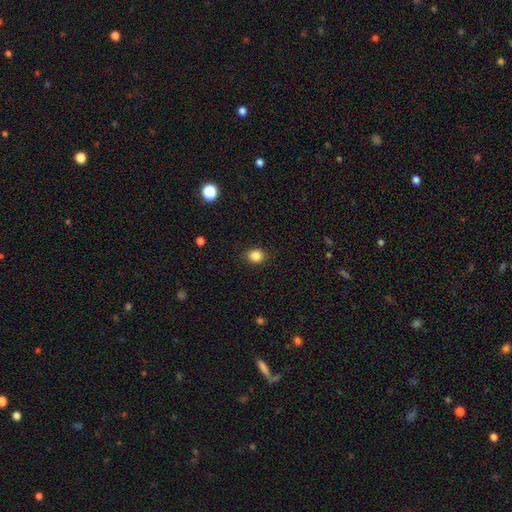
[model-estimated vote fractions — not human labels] This is clearly a smooth galaxy (85%). How rounded: likely round (75%). Merging: clearly none (89%).